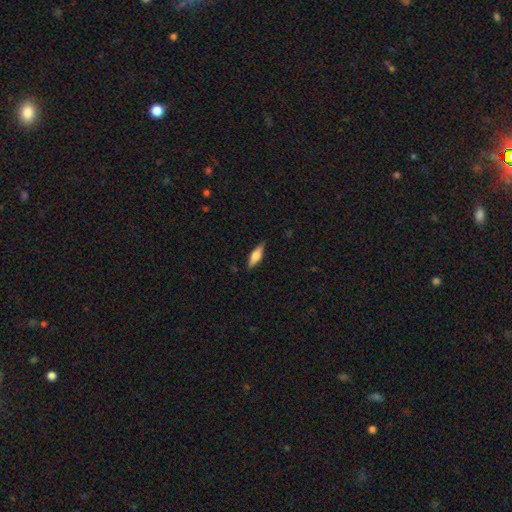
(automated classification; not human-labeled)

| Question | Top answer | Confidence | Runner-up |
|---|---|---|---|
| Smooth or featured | smooth | 56% | featured or disk (37%) |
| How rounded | cigar-shaped | 50% | in between (47%) |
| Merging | none | 86% | minor disturbance (10%) |